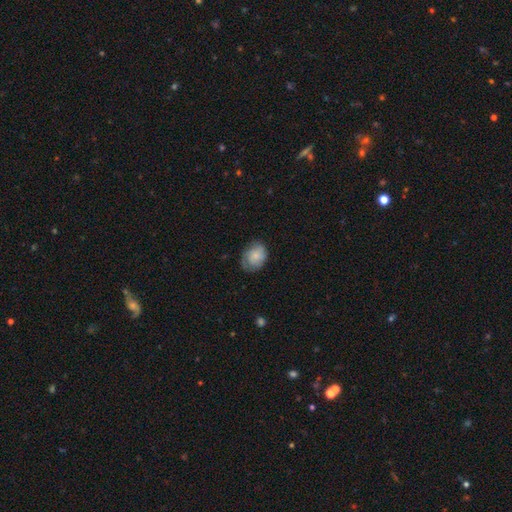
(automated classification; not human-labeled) Smooth or featured?
  - smooth: 65% *
  - featured or disk: 27%
  - star or artifact: 7%
How rounded?
  - in between: 58% *
  - round: 41%
  - cigar-shaped: 1%
Merging?
  - none: 65% *
  - minor disturbance: 26%
  - major disturbance: 8%
  - merger: 1%